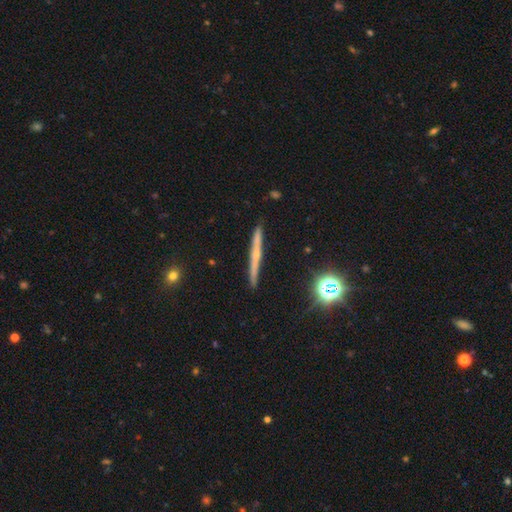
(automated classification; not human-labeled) Smooth or featured: featured or disk — 58% (smooth — 30%)
Edge-on disk: yes — 97% (no — 3%)
Edge-on bulge: rounded — 52% (none — 42%)
Merging: none — 90% (minor disturbance — 7%)